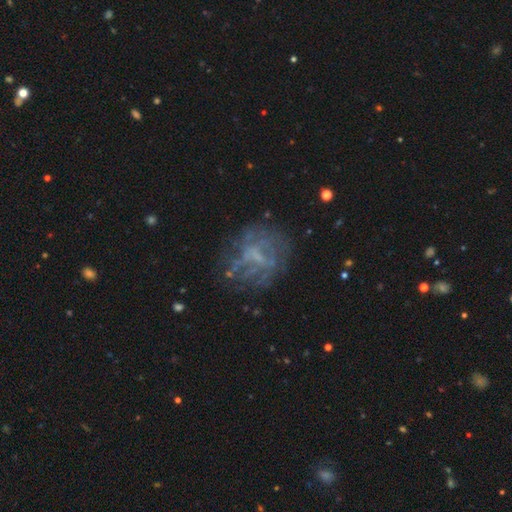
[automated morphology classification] The model was most divided on "bulge size": none: 54%, small: 29%, moderate: 14%, large: 2%, dominant: 1%. More confident: edge-on disk — no (97%); spiral arms — no (68%); smooth or featured — featured or disk (62%); merging — none (62%); bar — no (60%).